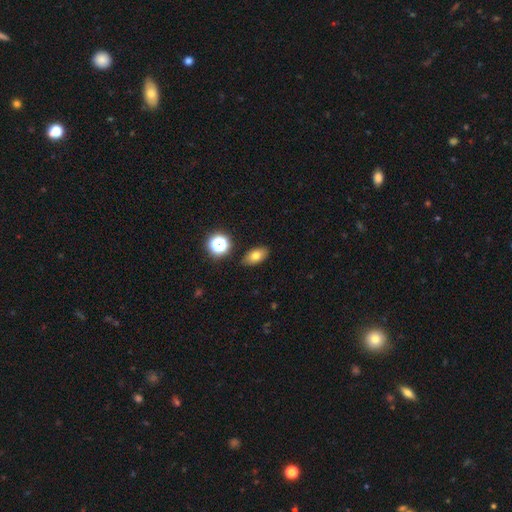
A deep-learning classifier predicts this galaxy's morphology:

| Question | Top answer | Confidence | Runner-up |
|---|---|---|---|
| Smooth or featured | smooth | 73% | featured or disk (14%) |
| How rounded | in between | 85% | round (11%) |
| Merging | none | 86% | minor disturbance (9%) |